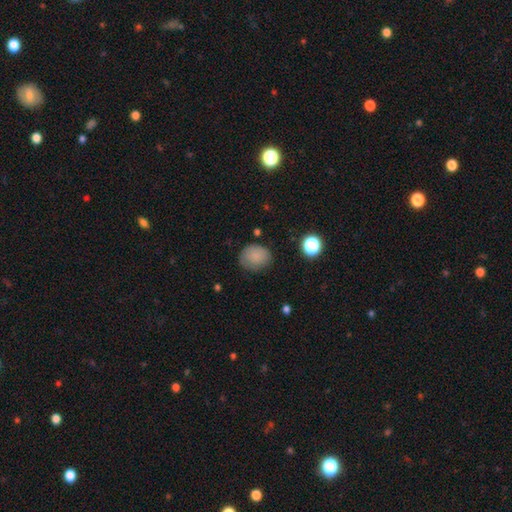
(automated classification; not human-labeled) Morphology: type=smooth (83%); roundness=round (64%); merging=none (73%).